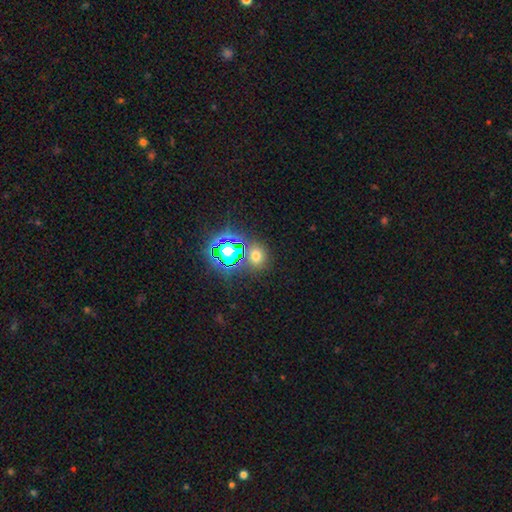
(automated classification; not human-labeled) A smooth galaxy with no disk features (54%) that is round (70%).

Vote fractions:
- Smooth or featured? smooth: 54% / star or artifact: 38% / featured or disk: 8%
- How rounded? round: 70% / in between: 28% / cigar-shaped: 1%
- Merging? none: 78% / minor disturbance: 9% / merger: 9% / major disturbance: 4%